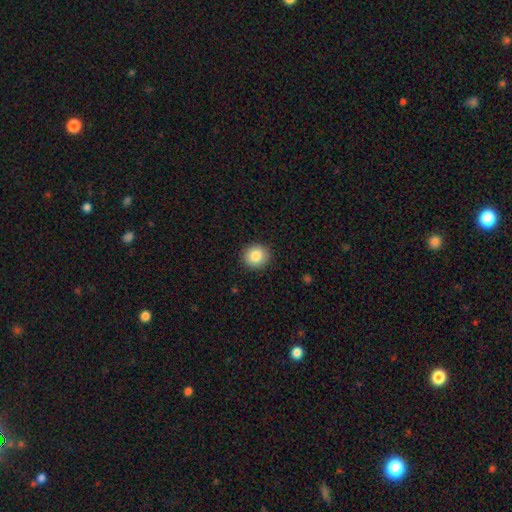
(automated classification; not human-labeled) A smooth galaxy with no disk features (85%) that is round (87%). Merging: none (91%).